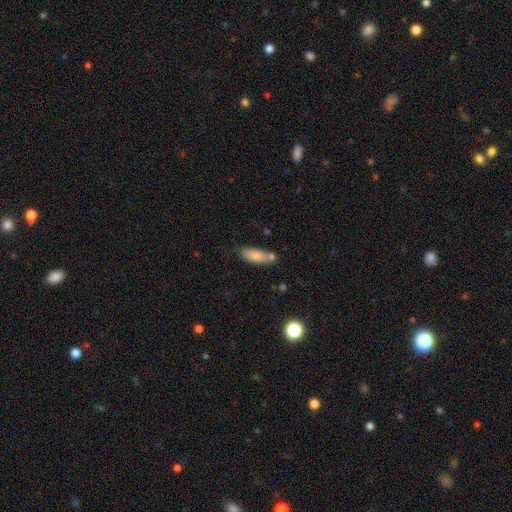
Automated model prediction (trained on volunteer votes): This appears to be a smooth galaxy with no disk features (79%) that is in between round and cigar-shaped (65%). Merging: none (60%).